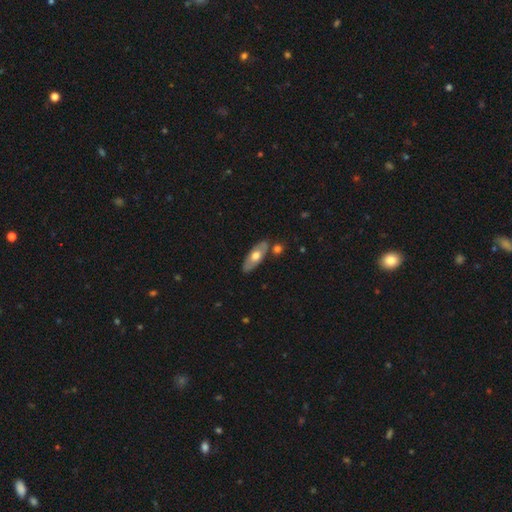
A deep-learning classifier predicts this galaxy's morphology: This is possibly a smooth galaxy (51%). How rounded: likely in between (76%). Merging: likely none (78%).